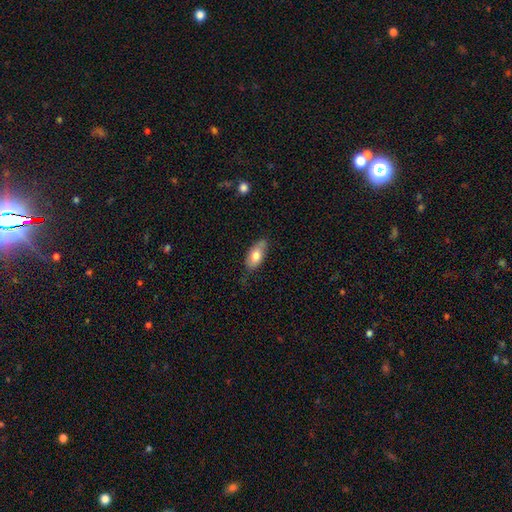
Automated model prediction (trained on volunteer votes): smooth-or-featured: smooth: 75% | featured or disk: 19% | star or artifact: 6%
  how-rounded: in between: 89% | cigar-shaped: 8% | round: 3%
  merging: none: 67% | minor disturbance: 26% | major disturbance: 5% | merger: 2%